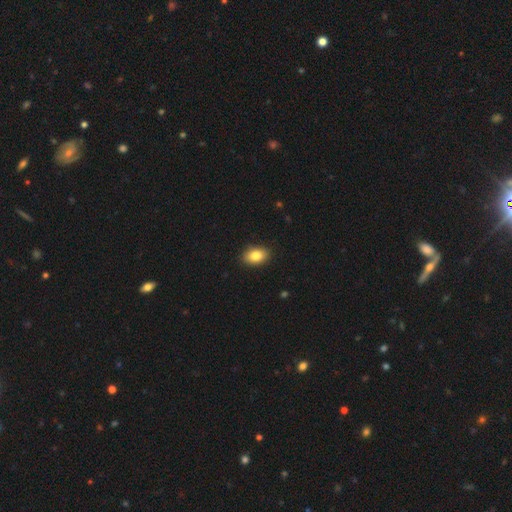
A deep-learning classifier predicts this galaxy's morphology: This appears to be a smooth galaxy with no disk features (85%) that is in between round and cigar-shaped (86%). Merging: none (90%).